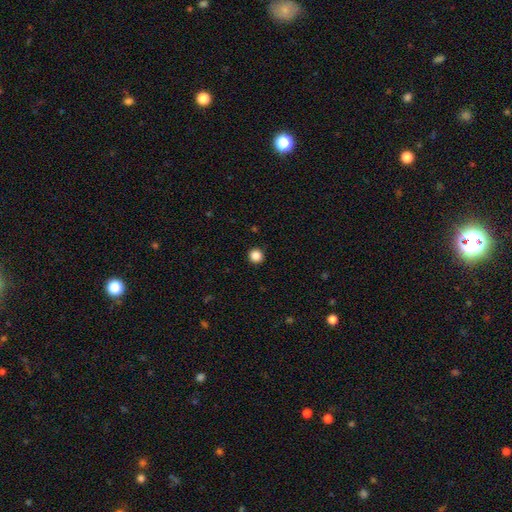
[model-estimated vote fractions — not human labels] Smooth or featured: smooth — 86% (star or artifact — 11%)
How rounded: round — 95% (in between — 4%)
Merging: none — 93% (minor disturbance — 4%)